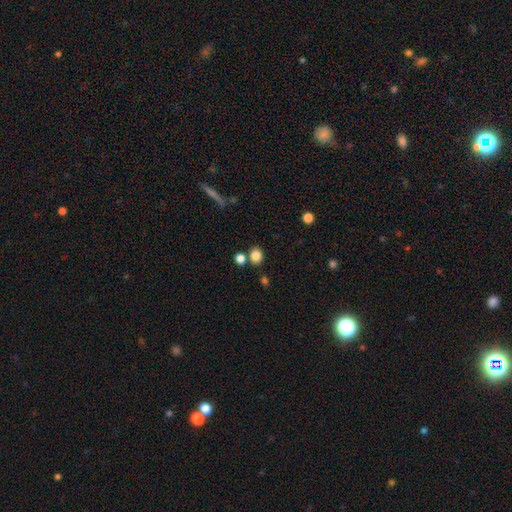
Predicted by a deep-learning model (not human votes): Morphology: type=smooth (83%); roundness=round (58%); merging=none (73%).